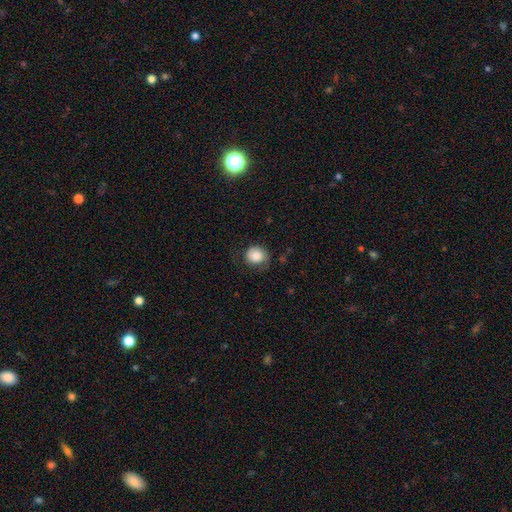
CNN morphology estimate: A smooth galaxy with no disk features (82%) that is round (80%).

Vote fractions:
- Smooth or featured? smooth: 82% / featured or disk: 10% / star or artifact: 8%
- How rounded? round: 80% / in between: 19% / cigar-shaped: 1%
- Merging? none: 59% / minor disturbance: 27% / major disturbance: 13% / merger: 1%